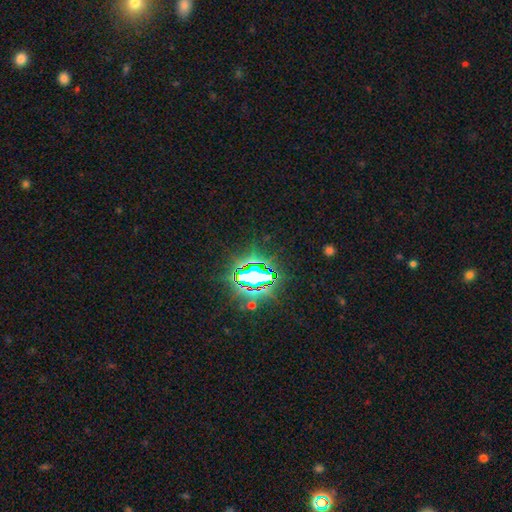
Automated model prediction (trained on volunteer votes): Overall: star or artifact (82%).